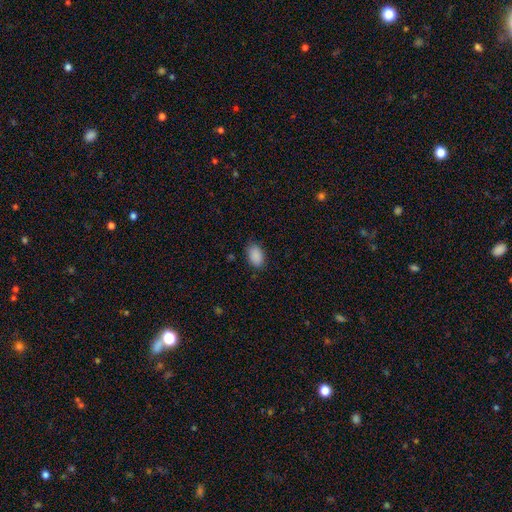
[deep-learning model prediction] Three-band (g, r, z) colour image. It shows a smooth galaxy with no disk features (89%) that is in between round and cigar-shaped (90%). Merging: none (82%).